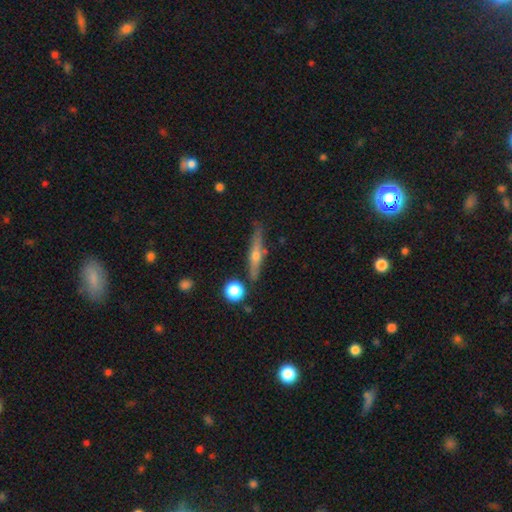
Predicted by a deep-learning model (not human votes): smooth-or-featured: featured or disk: 60% | smooth: 33% | star or artifact: 7%
  disk-edge-on: yes: 94% | no: 6%
    edge-on-bulge: rounded: 88% | none: 8% | boxy: 4%
  merging: none: 79% | minor disturbance: 13% | merger: 5% | major disturbance: 3%